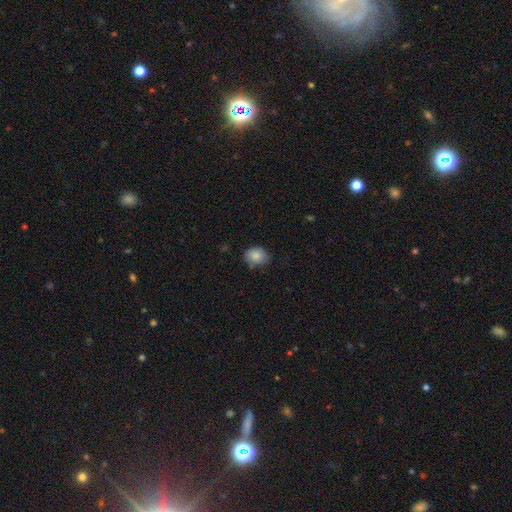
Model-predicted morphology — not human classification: Smooth or featured? Predicted: smooth (p=0.84). How rounded? Predicted: in between (p=0.53). Merging? Predicted: none (p=0.61).